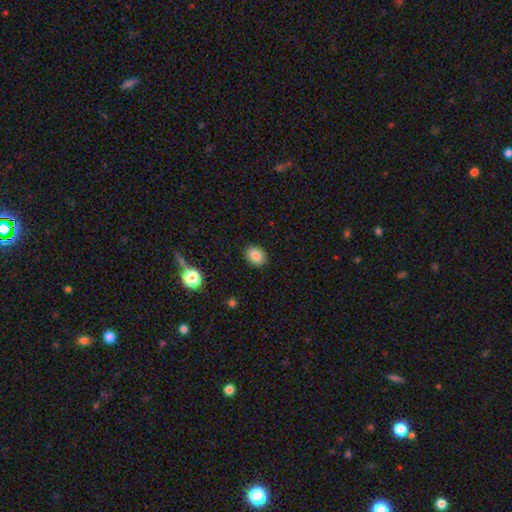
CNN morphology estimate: A smooth galaxy with no disk features (84%) that is round (52%). Merging: none (89%).